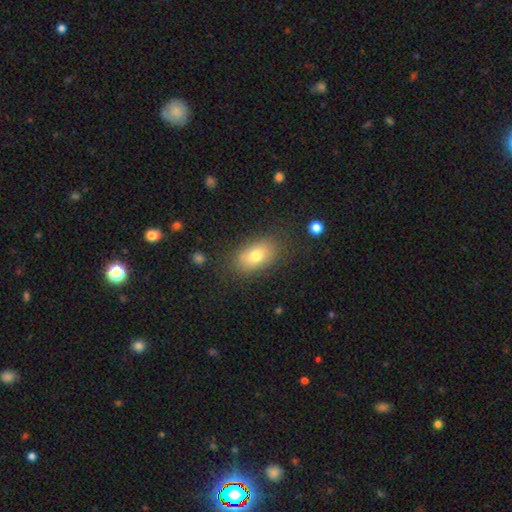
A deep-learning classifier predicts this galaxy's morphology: A smooth galaxy with no disk features (76%) that is in between round and cigar-shaped (87%). Merging: none (78%).